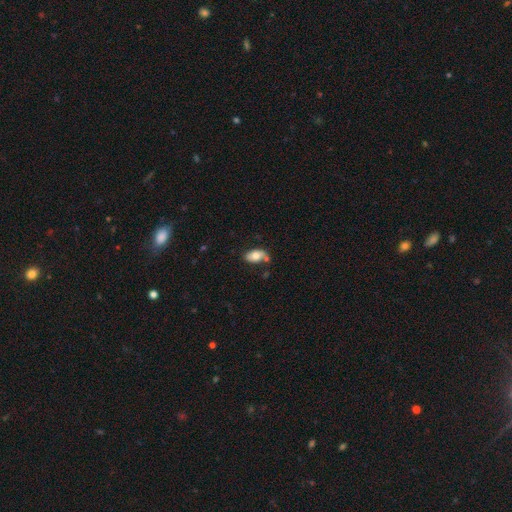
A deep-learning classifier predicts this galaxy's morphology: type=smooth (71%); roundness=in between (91%); merging=none (53%).